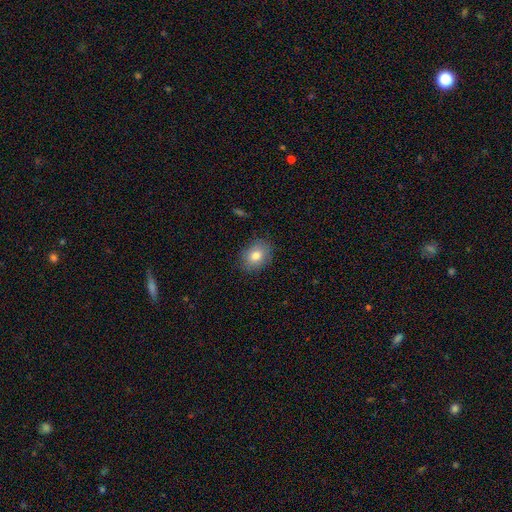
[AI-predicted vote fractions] This is likely a smooth galaxy (80%). How rounded: likely in between (62%). Merging: clearly none (86%).